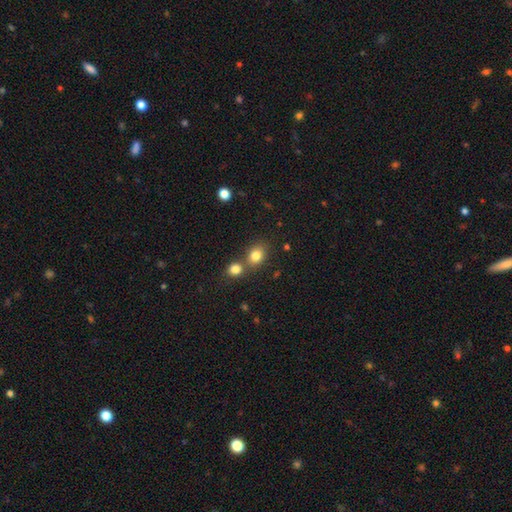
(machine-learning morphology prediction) Smooth or featured?
  - smooth: 81% *
  - star or artifact: 11%
  - featured or disk: 8%
How rounded?
  - round: 50% *
  - in between: 49%
  - cigar-shaped: 1%
Merging?
  - none: 56% *
  - merger: 31%
  - minor disturbance: 10%
  - major disturbance: 3%